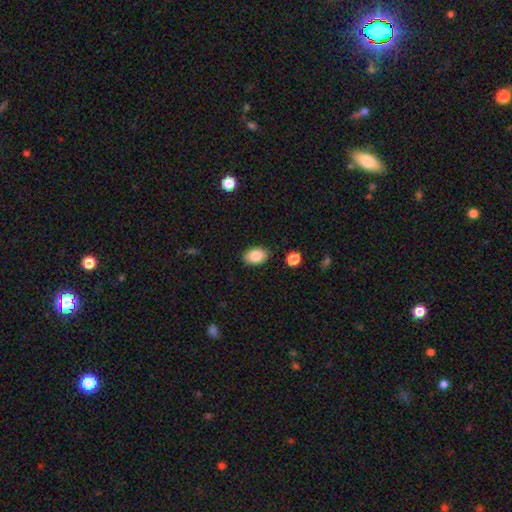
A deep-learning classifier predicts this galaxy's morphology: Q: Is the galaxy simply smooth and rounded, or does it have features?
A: smooth — 85%.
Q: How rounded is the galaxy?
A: in between — 87%.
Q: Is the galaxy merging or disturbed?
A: none — 85%.